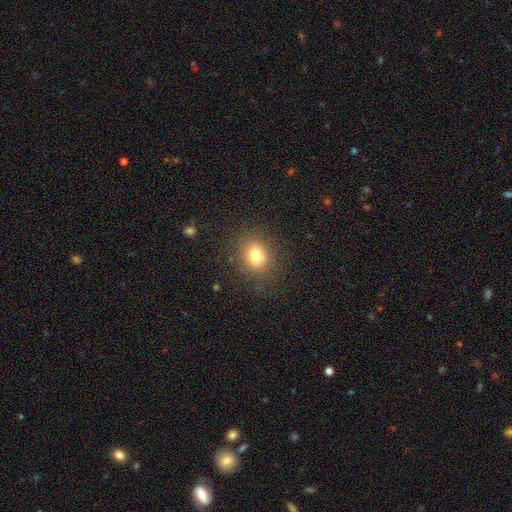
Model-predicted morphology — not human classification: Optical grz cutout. It shows a smooth galaxy with no disk features (76%) that is round (66%). Merging: none (82%).